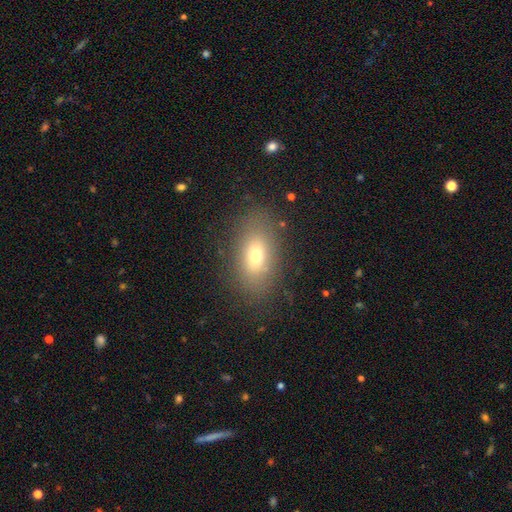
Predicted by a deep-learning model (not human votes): Smooth or featured?
  - smooth: 67% *
  - featured or disk: 20%
  - star or artifact: 13%
How rounded?
  - in between: 83% *
  - round: 13%
  - cigar-shaped: 4%
Merging?
  - none: 81% *
  - minor disturbance: 12%
  - major disturbance: 6%
  - merger: 1%